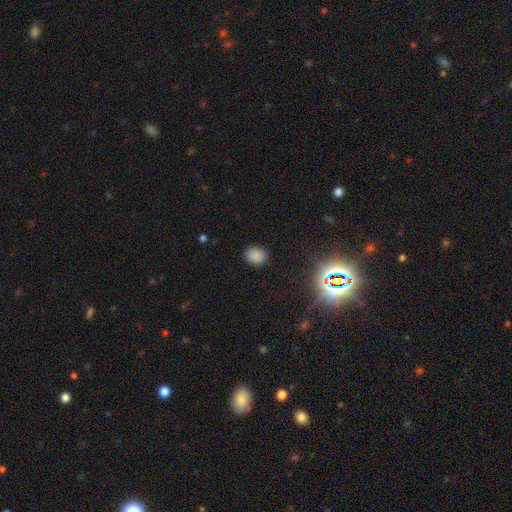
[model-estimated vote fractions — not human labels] A smooth galaxy with no disk features (82%) that is round (50%).

Vote fractions:
- Smooth or featured? smooth: 82% / star or artifact: 14% / featured or disk: 4%
- How rounded? round: 50% / in between: 49% / cigar-shaped: 1%
- Merging? none: 87% / minor disturbance: 9% / major disturbance: 3% / merger: 1%